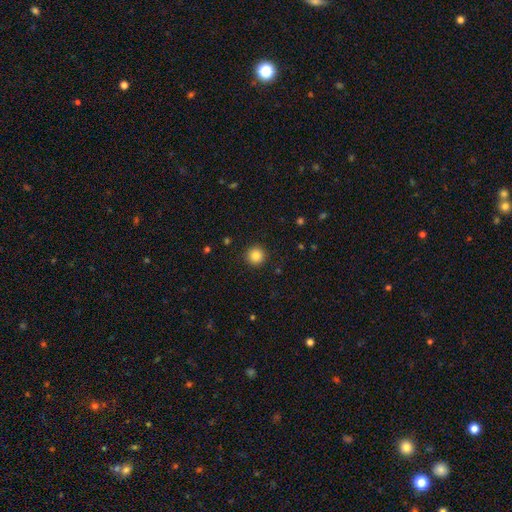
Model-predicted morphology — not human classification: Smooth or featured? Predicted: smooth (p=0.85). How rounded? Predicted: round (p=0.95). Merging? Predicted: none (p=0.92).